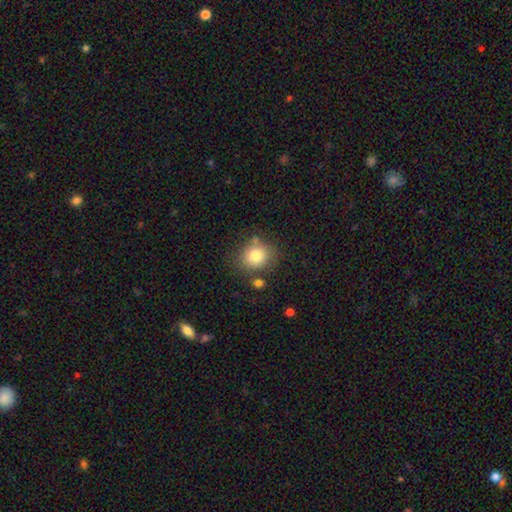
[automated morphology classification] Q: Smooth or featured?
A: smooth (81%); runner-up: star or artifact (10%)
Q: How rounded?
A: round (71%); runner-up: in between (28%)
Q: Merging?
A: none (72%); runner-up: minor disturbance (15%)